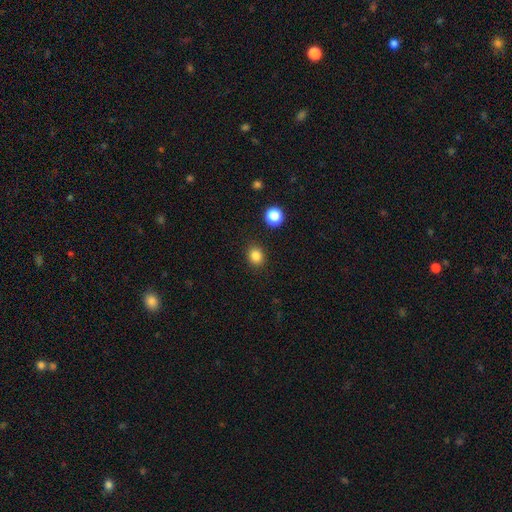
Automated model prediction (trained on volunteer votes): A smooth galaxy with no disk features (84%) that is round (71%).

Vote fractions:
- Smooth or featured? smooth: 84% / star or artifact: 12% / featured or disk: 5%
- How rounded? round: 71% / in between: 29% / cigar-shaped: 1%
- Merging? none: 88% / minor disturbance: 7% / major disturbance: 2% / merger: 2%